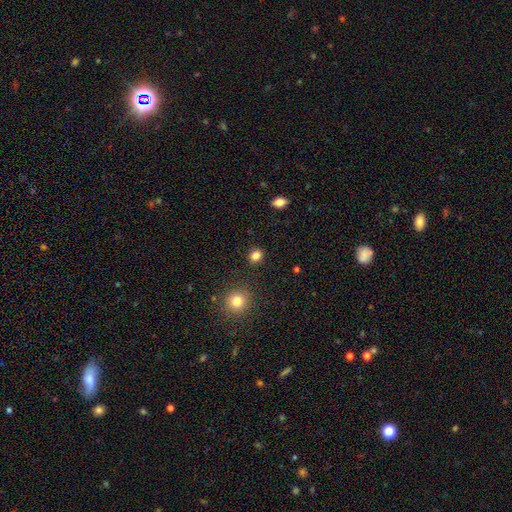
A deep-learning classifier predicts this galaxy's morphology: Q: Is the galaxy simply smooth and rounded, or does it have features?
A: smooth — 83%.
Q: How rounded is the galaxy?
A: round — 73%.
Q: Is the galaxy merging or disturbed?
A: none — 90%.